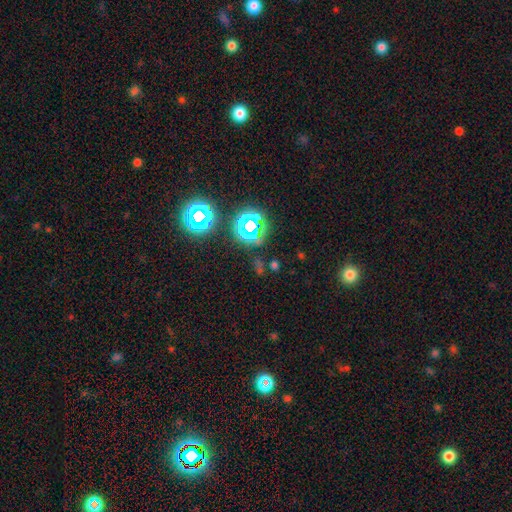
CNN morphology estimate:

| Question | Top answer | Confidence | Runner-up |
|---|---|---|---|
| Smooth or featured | star or artifact | 67% | smooth (23%) |